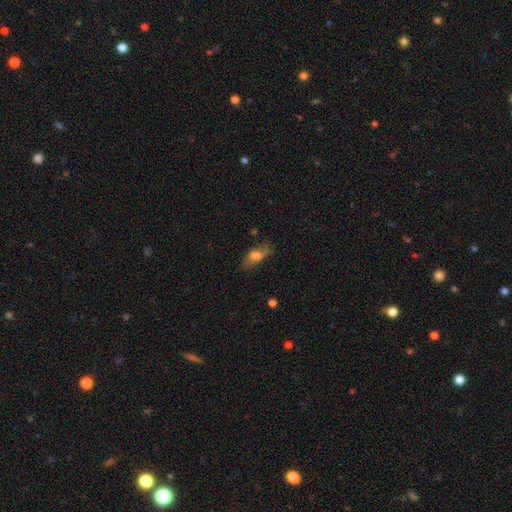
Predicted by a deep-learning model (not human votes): Smooth or featured? Predicted: smooth (p=0.58). How rounded? Predicted: in between (p=0.76). Merging? Predicted: none (p=0.67).